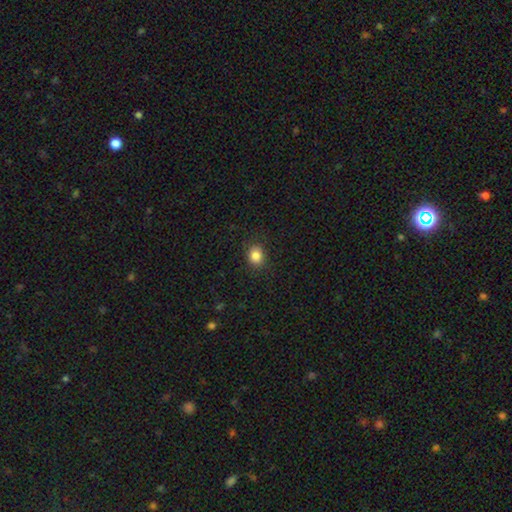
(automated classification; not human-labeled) A smooth galaxy with no disk features (85%) that is round (58%).

Vote fractions:
- Smooth or featured? smooth: 85% / star or artifact: 10% / featured or disk: 5%
- How rounded? round: 58% / in between: 41% / cigar-shaped: 1%
- Merging? none: 87% / minor disturbance: 9% / major disturbance: 3% / merger: 1%